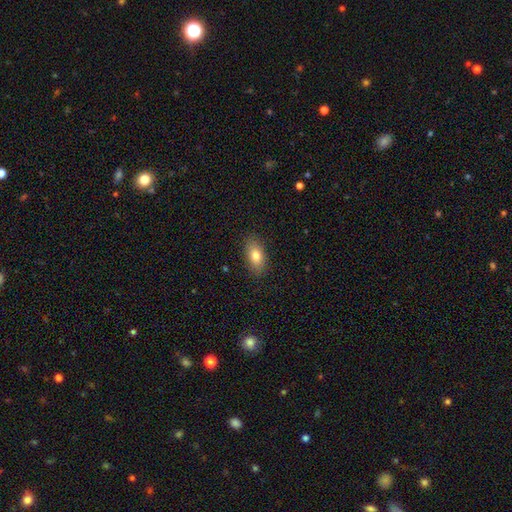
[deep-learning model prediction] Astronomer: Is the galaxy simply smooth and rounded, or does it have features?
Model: smooth — 79%.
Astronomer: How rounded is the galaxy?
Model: in between — 88%.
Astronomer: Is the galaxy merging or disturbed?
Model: none — 88%.